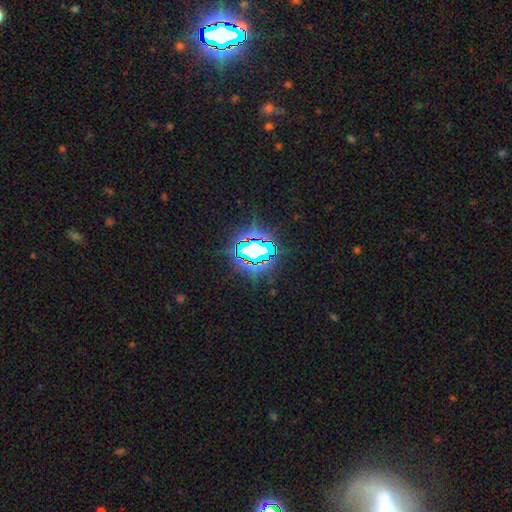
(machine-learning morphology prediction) smooth_or_featured: star or artifact (p=0.82) [alt: smooth p=0.11]